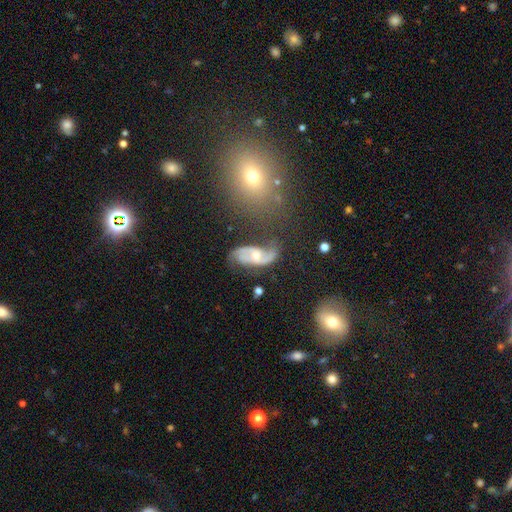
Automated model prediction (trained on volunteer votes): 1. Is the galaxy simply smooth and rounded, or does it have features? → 84% featured or disk, 10% smooth, 6% star or artifact.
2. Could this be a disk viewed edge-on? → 96% no, 4% yes.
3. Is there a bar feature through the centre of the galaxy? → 49% no, 40% weak, 11% strong.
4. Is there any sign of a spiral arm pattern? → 95% yes, 5% no.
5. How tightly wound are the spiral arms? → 51% loose, 37% medium, 13% tight.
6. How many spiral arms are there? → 88% 2, 5% can't tell, 3% 1, 2% 3, 1% 4, 1% more than 4.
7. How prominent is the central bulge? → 52% moderate, 42% small, 3% large, 2% none, 1% dominant.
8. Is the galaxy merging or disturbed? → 58% none, 22% minor disturbance, 14% major disturbance, 5% merger.